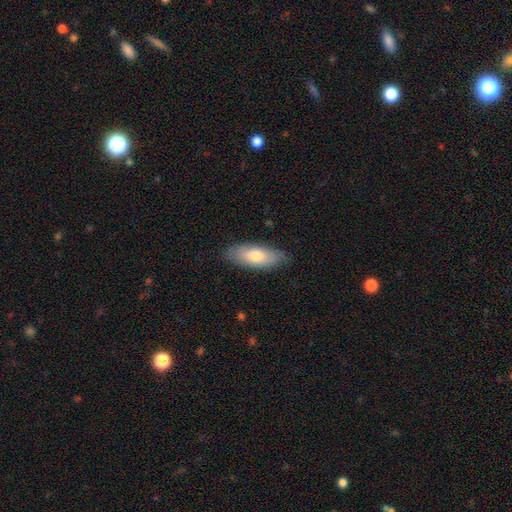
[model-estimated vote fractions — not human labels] smooth 72%, featured or disk 22%, star or artifact 6%. Down the decision tree: how rounded — in between (80%); merging — none (83%).